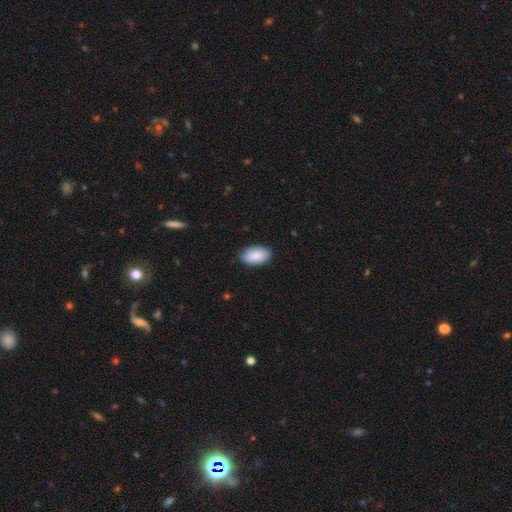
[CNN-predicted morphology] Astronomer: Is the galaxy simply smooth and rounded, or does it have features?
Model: smooth — 88%.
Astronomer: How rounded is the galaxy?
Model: in between — 94%.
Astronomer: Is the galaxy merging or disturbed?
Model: none — 85%.